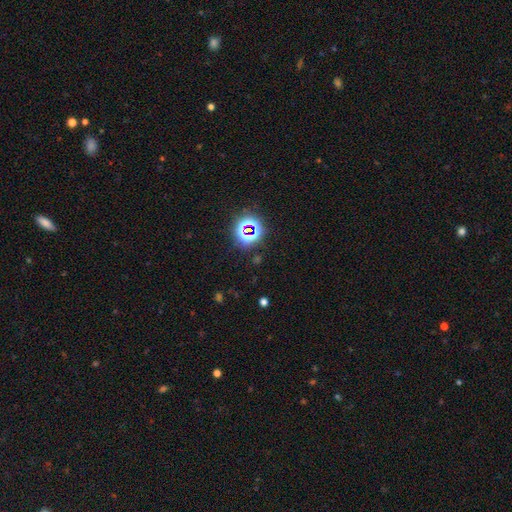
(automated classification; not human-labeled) smooth_or_featured: star or artifact (p=0.74) [alt: smooth p=0.18]